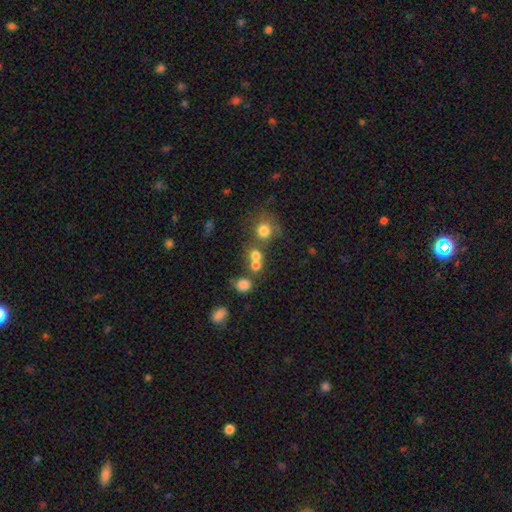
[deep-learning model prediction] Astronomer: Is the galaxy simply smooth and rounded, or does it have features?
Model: smooth — 71%.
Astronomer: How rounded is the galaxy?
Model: round — 82%.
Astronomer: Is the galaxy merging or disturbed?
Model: none — 46% (runner-up: merger, 40%).